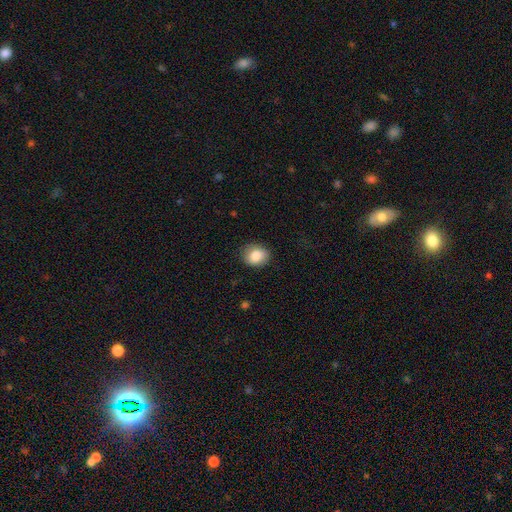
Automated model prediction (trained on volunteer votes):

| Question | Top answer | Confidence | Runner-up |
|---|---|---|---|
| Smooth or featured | smooth | 83% | featured or disk (9%) |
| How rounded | round | 61% | in between (38%) |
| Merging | none | 85% | minor disturbance (11%) |